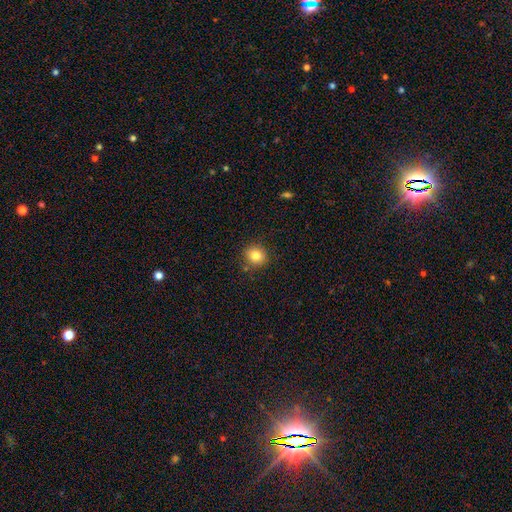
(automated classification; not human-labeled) smooth_or_featured: smooth (p=0.82) [alt: star or artifact p=0.11]
how_rounded: round (p=0.84) [alt: in between p=0.15]
merging: none (p=0.85) [alt: minor disturbance p=0.09]